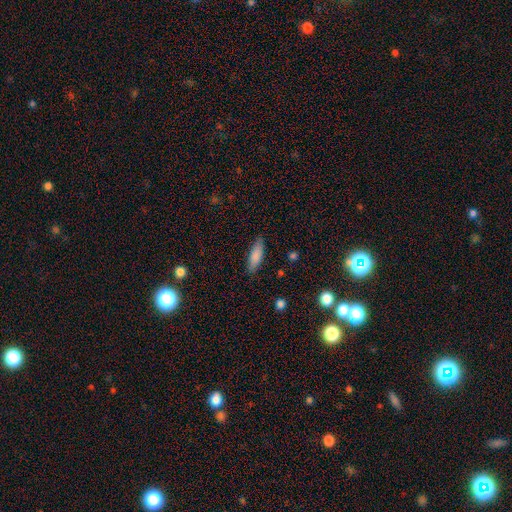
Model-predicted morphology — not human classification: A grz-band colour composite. It shows a smooth galaxy with no disk features (85%) that is in between round and cigar-shaped (57%). Merging: none (84%).